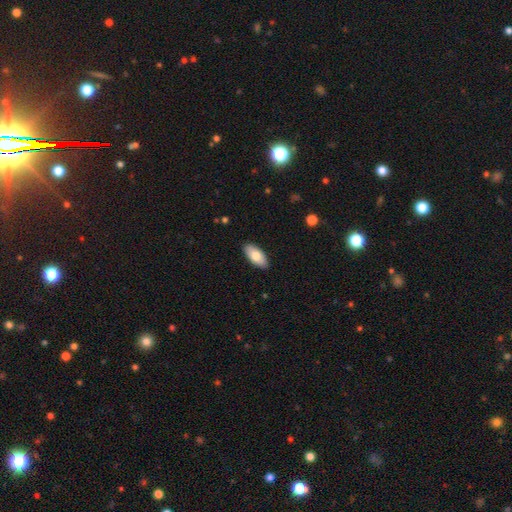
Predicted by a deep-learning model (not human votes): This appears to be a smooth galaxy with no disk features (79%) that is in between round and cigar-shaped (91%). Merging: none (89%).